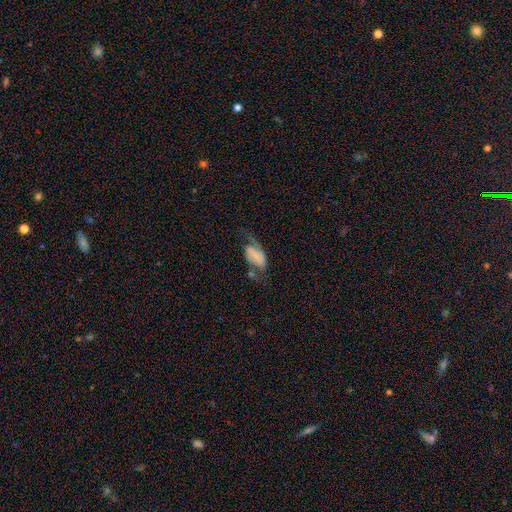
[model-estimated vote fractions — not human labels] A featured or disk galaxy (49%). Merging: none (37%).